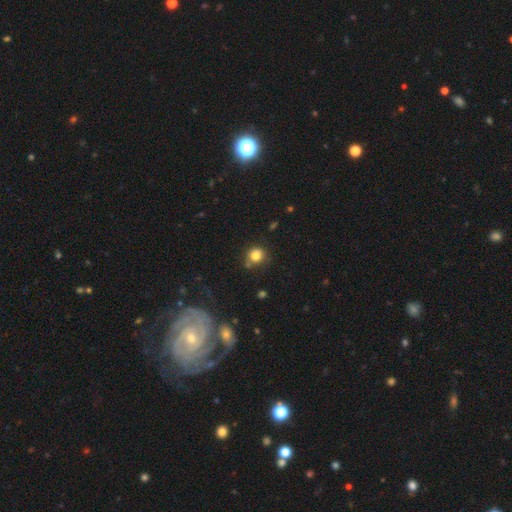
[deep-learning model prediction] smooth_or_featured: smooth (p=0.81) [alt: star or artifact p=0.12]
how_rounded: round (p=0.84) [alt: in between p=0.15]
merging: none (p=0.73) [alt: minor disturbance p=0.15]